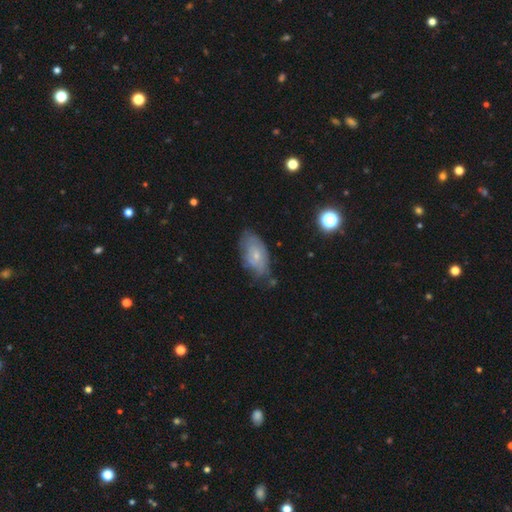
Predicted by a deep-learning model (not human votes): Smooth or featured: featured or disk — 48% (smooth — 44%)
Merging: none — 59% (minor disturbance — 30%)